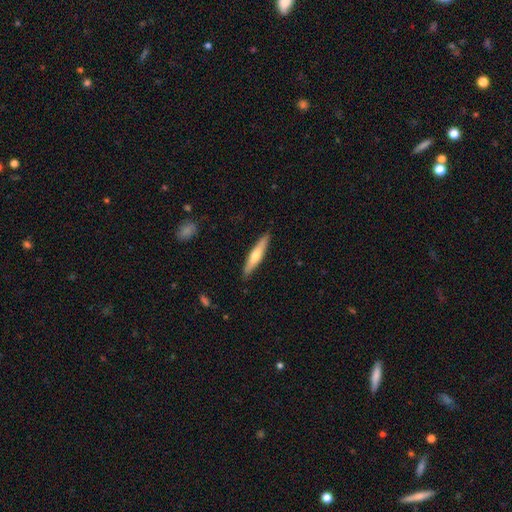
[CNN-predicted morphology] smooth_or_featured: smooth (p=0.51) [alt: featured or disk p=0.44]
how_rounded: cigar-shaped (p=0.88) [alt: in between p=0.11]
merging: none (p=0.90) [alt: minor disturbance p=0.08]